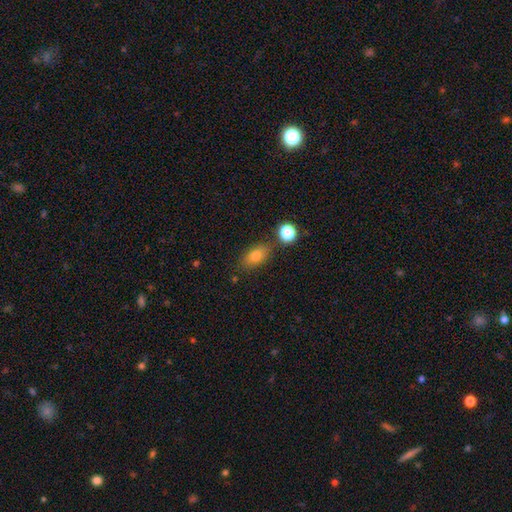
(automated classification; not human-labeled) Overall: smooth (77%). How rounded: in between (82%). Merging: none (79%).